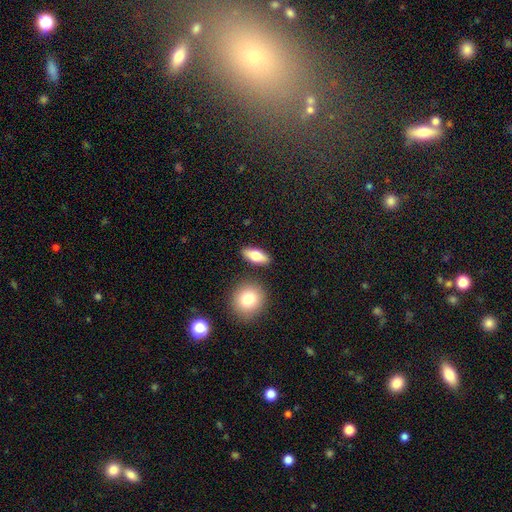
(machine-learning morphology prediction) smooth 72%, featured or disk 21%, star or artifact 7%. Down the decision tree: how rounded — in between (72%); merging — none (85%).